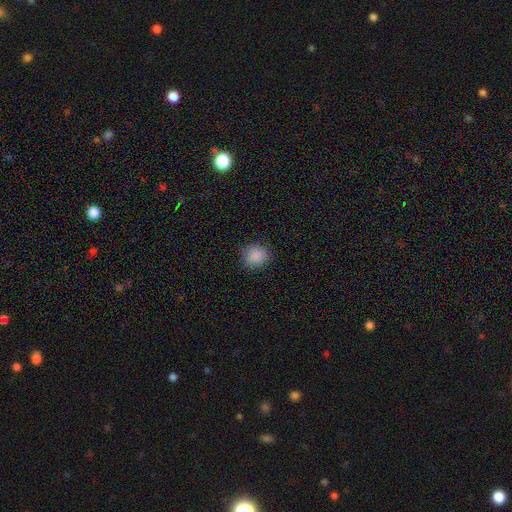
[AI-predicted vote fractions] smooth_or_featured: smooth (p=0.87) [alt: star or artifact p=0.10]
how_rounded: round (p=0.84) [alt: in between p=0.15]
merging: none (p=0.88) [alt: minor disturbance p=0.08]